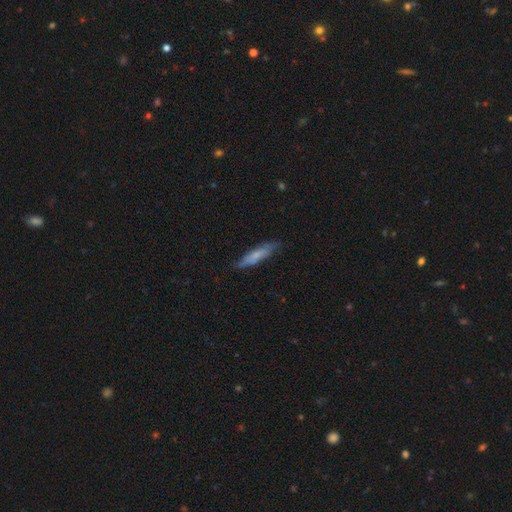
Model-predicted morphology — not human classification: Q: Smooth or featured?
A: smooth (65%); runner-up: featured or disk (29%)
Q: How rounded?
A: cigar-shaped (81%); runner-up: in between (17%)
Q: Merging?
A: none (77%); runner-up: minor disturbance (18%)